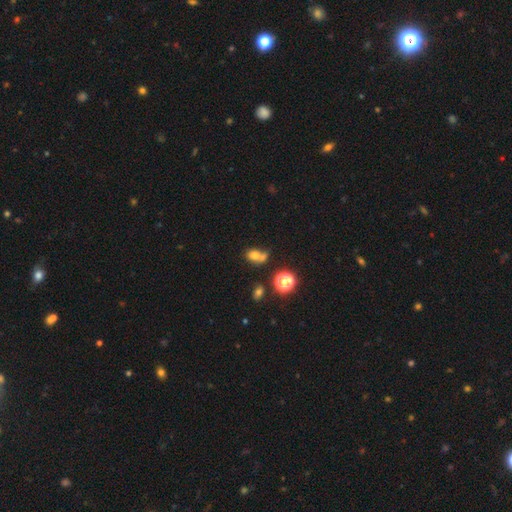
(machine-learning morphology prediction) A smooth galaxy with no disk features (72%) that is in between round and cigar-shaped (53%).

Vote fractions:
- Smooth or featured? smooth: 72% / star or artifact: 16% / featured or disk: 12%
- How rounded? in between: 53% / round: 45% / cigar-shaped: 2%
- Merging? merger: 43% / none: 37% / minor disturbance: 13% / major disturbance: 7%